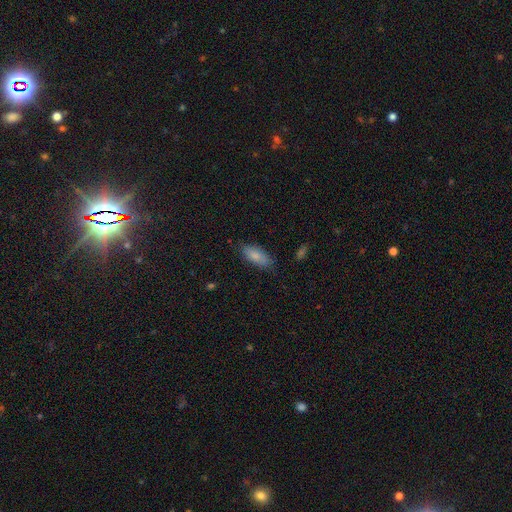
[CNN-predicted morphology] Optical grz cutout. It shows a smooth galaxy with no disk features (83%) that is in between round and cigar-shaped (83%). Merging: none (76%).